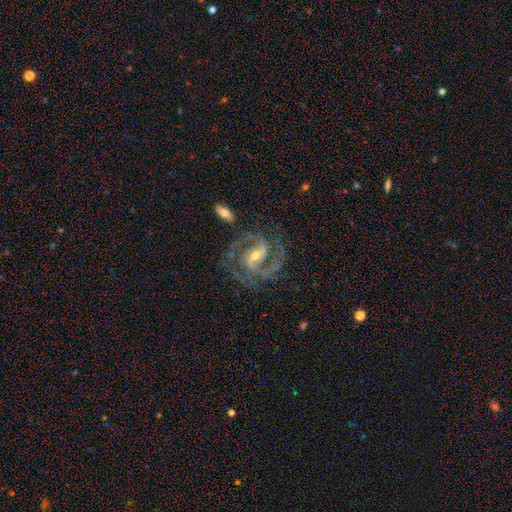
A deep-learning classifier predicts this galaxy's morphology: type=featured or disk (92%); edge-on=no (97%); bar=weak (42%); spiral arms=yes (98%); winding=medium (57%); arm count=2 (78%); bulge=moderate (50%); merging=none (74%).